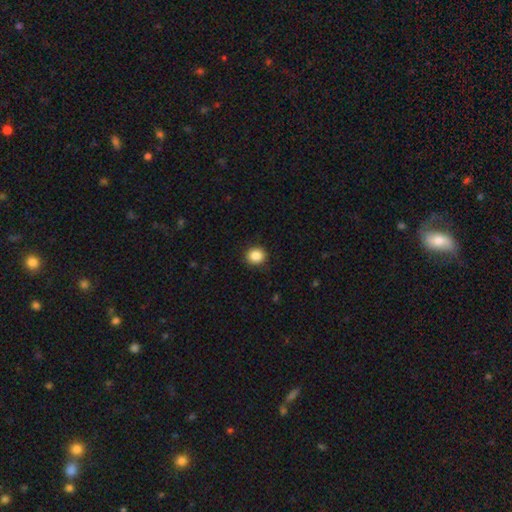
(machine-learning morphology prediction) A smooth galaxy with no disk features (88%) that is round (83%).

Vote fractions:
- Smooth or featured? smooth: 88% / star or artifact: 9% / featured or disk: 3%
- How rounded? round: 83% / in between: 16% / cigar-shaped: 1%
- Merging? none: 90% / minor disturbance: 7% / major disturbance: 2% / merger: 1%